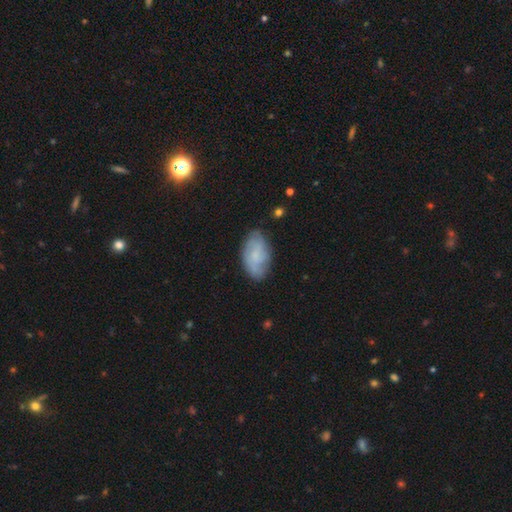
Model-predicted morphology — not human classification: featured or disk 47%, smooth 45%, star or artifact 8%. Down the decision tree: merging — none (74%).